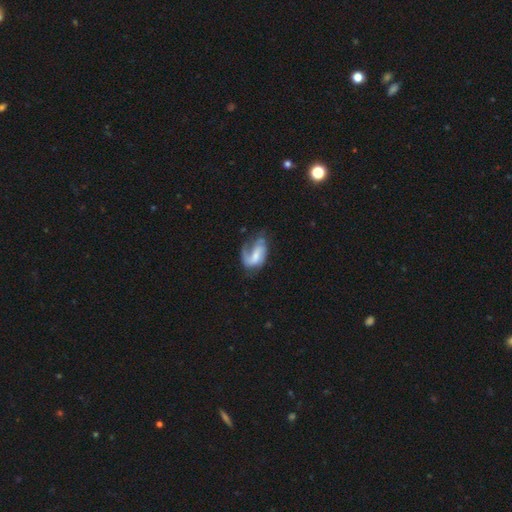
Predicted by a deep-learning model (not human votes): Morphology: type=featured or disk (69%); edge-on=no (97%); bar=weak (42%, tied with no); spiral arms=yes (87%); winding=loose (41%); arm count=1 (50%); bulge=small (38%); merging=none (37%).